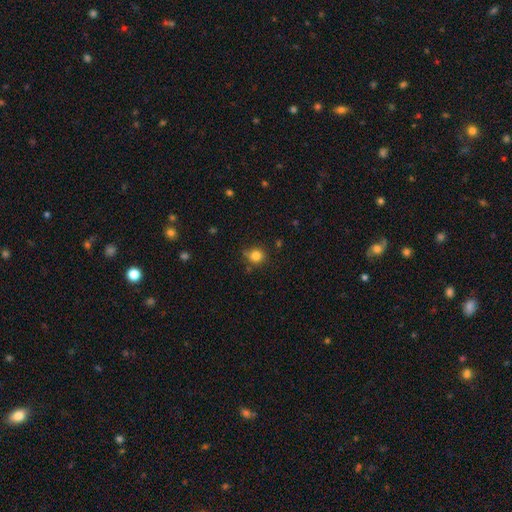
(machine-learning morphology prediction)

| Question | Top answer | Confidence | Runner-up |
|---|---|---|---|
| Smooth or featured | smooth | 83% | star or artifact (12%) |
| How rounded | round | 85% | in between (14%) |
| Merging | none | 76% | minor disturbance (16%) |